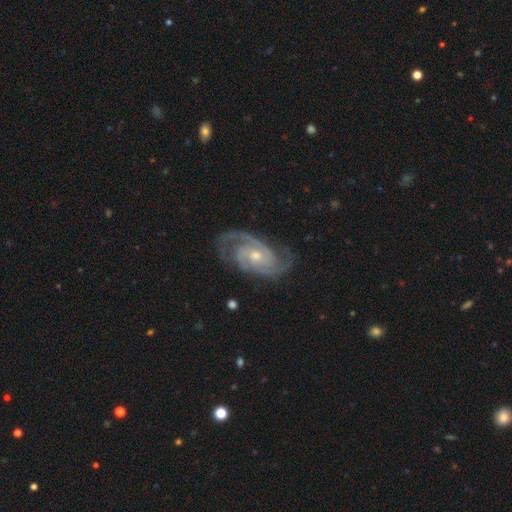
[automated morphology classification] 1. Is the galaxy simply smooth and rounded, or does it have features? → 92% featured or disk, 4% star or artifact, 4% smooth.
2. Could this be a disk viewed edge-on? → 97% no, 3% yes.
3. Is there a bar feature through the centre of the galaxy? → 62% no, 30% weak, 8% strong.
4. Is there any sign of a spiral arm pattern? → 98% yes, 2% no.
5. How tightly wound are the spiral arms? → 55% tight, 39% medium, 6% loose.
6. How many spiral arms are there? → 62% 2, 23% 3, 6% can't tell, 4% 4, 3% 1, 3% more than 4.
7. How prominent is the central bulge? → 51% moderate, 46% small, 2% large, 1% none, 1% dominant.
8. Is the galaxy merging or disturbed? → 77% none, 16% minor disturbance, 5% major disturbance, 1% merger.